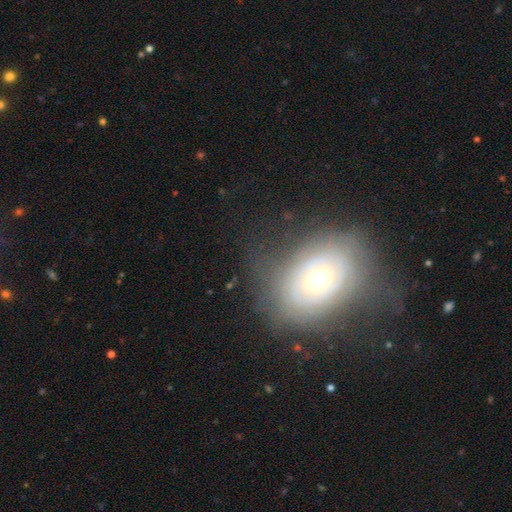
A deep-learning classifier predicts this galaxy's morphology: The model was most divided on "smooth or featured": smooth: 46%, featured or disk: 37%, star or artifact: 17%. More confident: merging — none (63%).